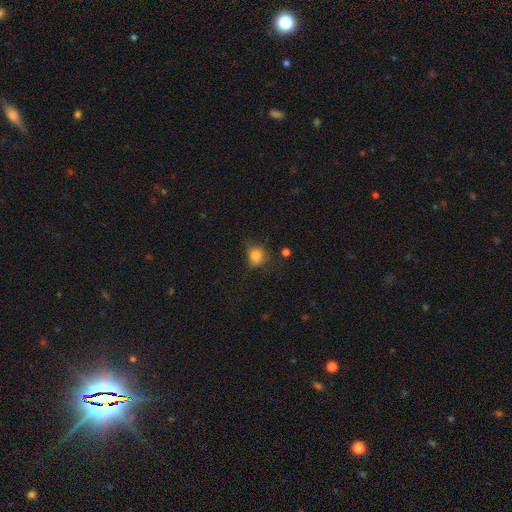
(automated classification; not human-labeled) smooth-or-featured: smooth: 82% | star or artifact: 11% | featured or disk: 6%
  how-rounded: round: 78% | in between: 21% | cigar-shaped: 1%
  merging: none: 67% | minor disturbance: 24% | major disturbance: 7% | merger: 3%